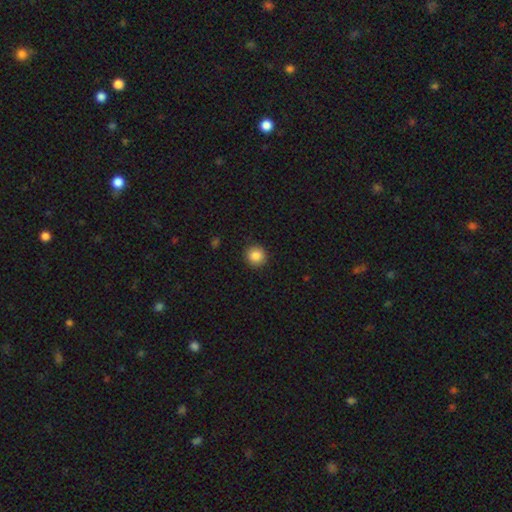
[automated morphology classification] A smooth galaxy with no disk features (86%) that is round (93%). Merging: none (91%).